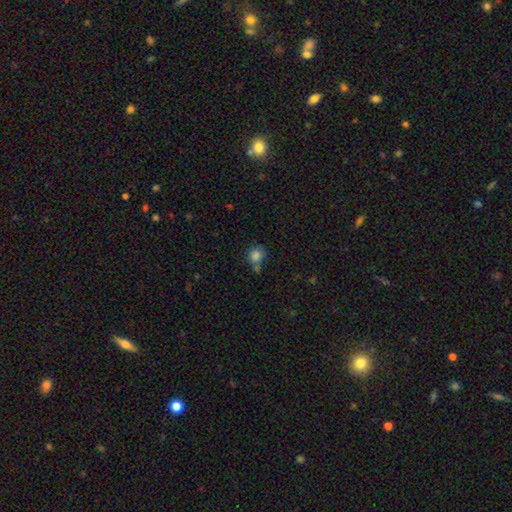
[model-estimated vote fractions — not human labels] Smooth or featured? Predicted: smooth (p=0.83). How rounded? Predicted: round (p=0.80). Merging? Predicted: none (p=0.54).